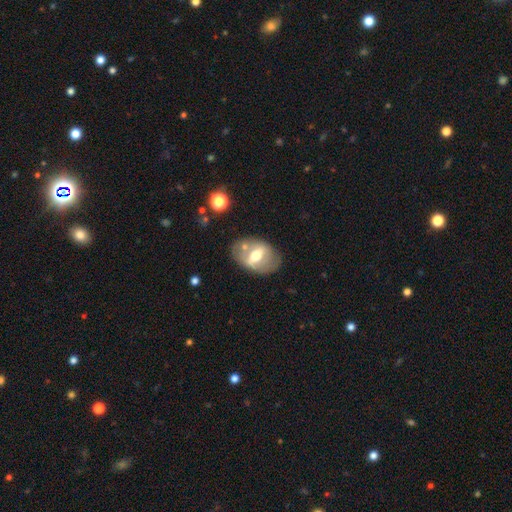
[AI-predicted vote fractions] smooth_or_featured: featured or disk (p=0.60) [alt: smooth p=0.33]
disk_edge_on: no (p=0.86) [alt: yes p=0.14]
bar: strong (p=0.54) [alt: weak p=0.32]
has_spiral_arms: no (p=0.77) [alt: yes p=0.23]
bulge_size: moderate (p=0.66) [alt: large p=0.20]
merging: none (p=0.68) [alt: minor disturbance p=0.17]